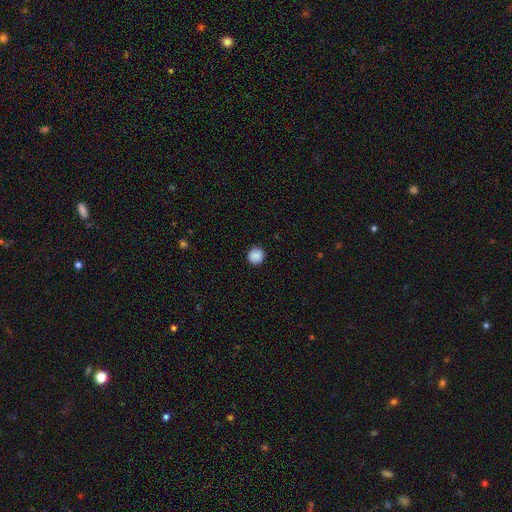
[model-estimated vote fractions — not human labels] Smooth or featured? Predicted: smooth (p=0.88). How rounded? Predicted: round (p=0.94). Merging? Predicted: none (p=0.90).